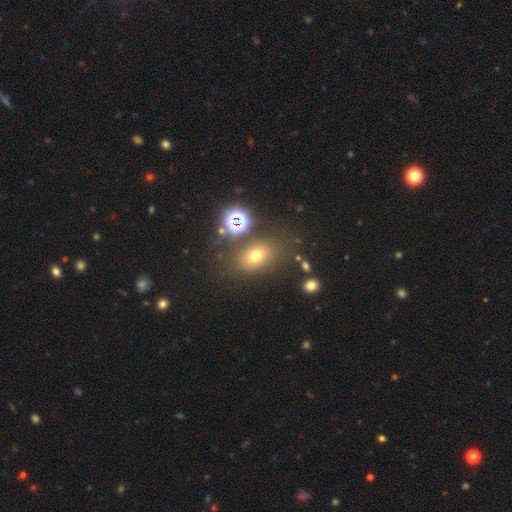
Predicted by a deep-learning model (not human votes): Smooth or featured?
  - smooth: 64% *
  - star or artifact: 22%
  - featured or disk: 14%
How rounded?
  - in between: 63% *
  - round: 35%
  - cigar-shaped: 2%
Merging?
  - none: 75% *
  - minor disturbance: 12%
  - merger: 7%
  - major disturbance: 6%